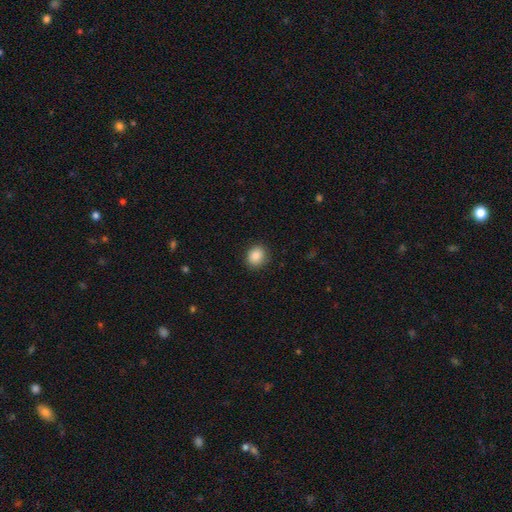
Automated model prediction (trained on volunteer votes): smooth-or-featured: smooth: 87% | star or artifact: 9% | featured or disk: 4%
  how-rounded: round: 71% | in between: 28% | cigar-shaped: 1%
  merging: none: 89% | minor disturbance: 8% | major disturbance: 2% | merger: 1%